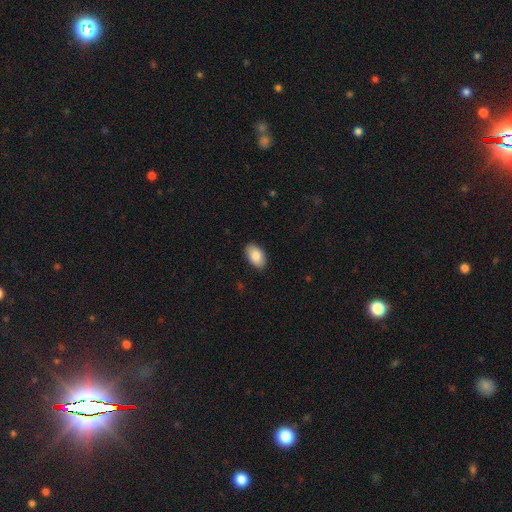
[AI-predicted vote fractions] Smooth or featured? Predicted: smooth (p=0.86). How rounded? Predicted: in between (p=0.93). Merging? Predicted: none (p=0.88).